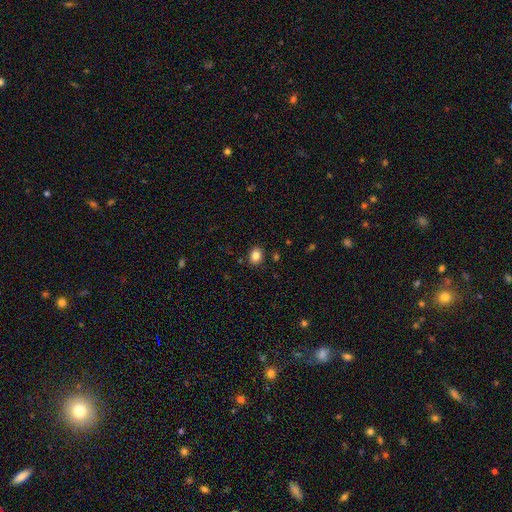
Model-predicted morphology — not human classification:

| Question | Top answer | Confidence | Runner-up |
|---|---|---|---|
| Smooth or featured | smooth | 84% | star or artifact (10%) |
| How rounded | round | 52% | in between (47%) |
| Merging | none | 88% | minor disturbance (8%) |